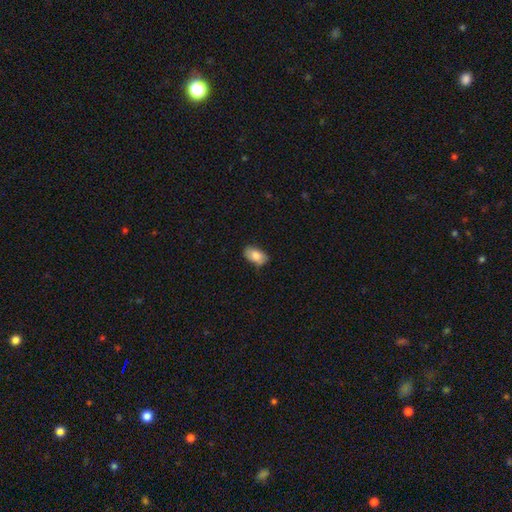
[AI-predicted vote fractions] Q: Smooth or featured?
A: smooth (80%); runner-up: featured or disk (13%)
Q: How rounded?
A: in between (92%); runner-up: round (6%)
Q: Merging?
A: none (73%); runner-up: minor disturbance (22%)